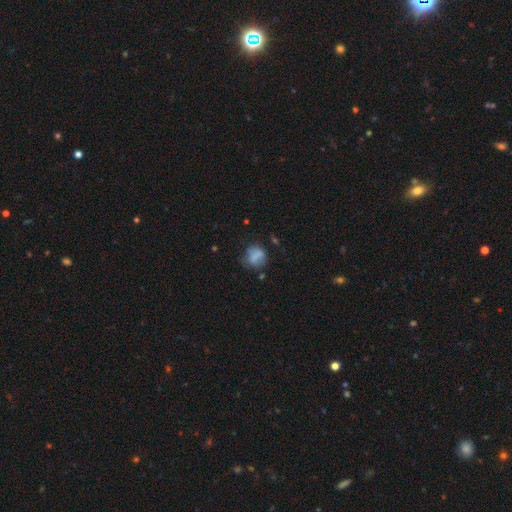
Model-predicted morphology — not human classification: type=smooth (69%); roundness=round (64%); merging=none (54%).